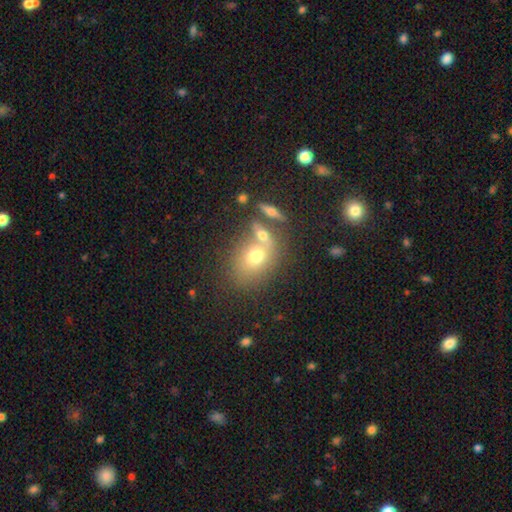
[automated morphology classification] Overall: smooth (66%). How rounded: in between (57%; round 41%). Merging: none (50%; merger 32%).